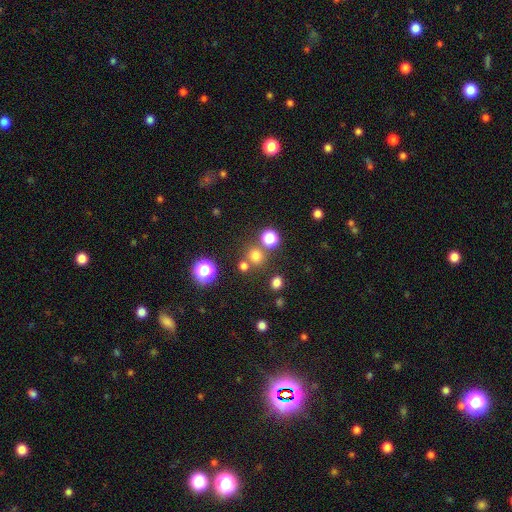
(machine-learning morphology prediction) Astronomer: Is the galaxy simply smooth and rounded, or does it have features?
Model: smooth — 70%.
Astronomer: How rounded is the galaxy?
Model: round — 91%.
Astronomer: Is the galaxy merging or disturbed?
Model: none — 75%.